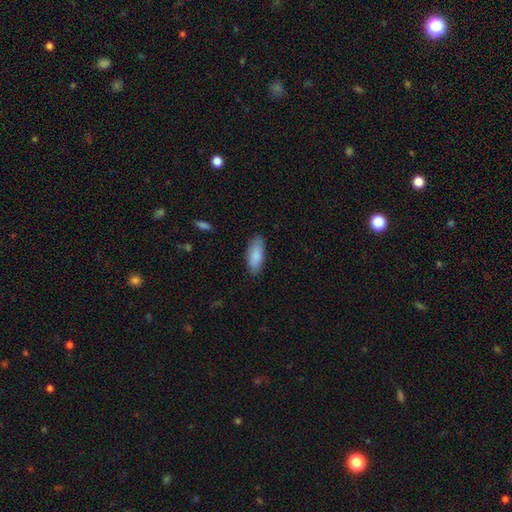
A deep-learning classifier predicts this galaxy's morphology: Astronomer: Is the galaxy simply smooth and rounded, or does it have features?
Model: smooth — 86%.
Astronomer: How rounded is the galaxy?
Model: in between — 80%.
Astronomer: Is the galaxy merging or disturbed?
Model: none — 85%.